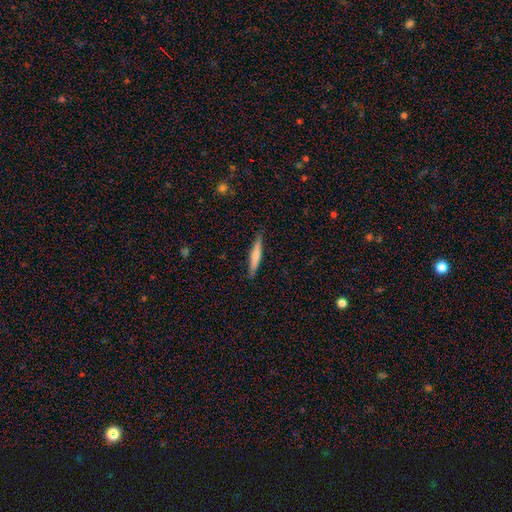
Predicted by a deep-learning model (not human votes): Overall: smooth (60%; featured or disk 35%). How rounded: cigar-shaped (92%). Merging: none (88%).